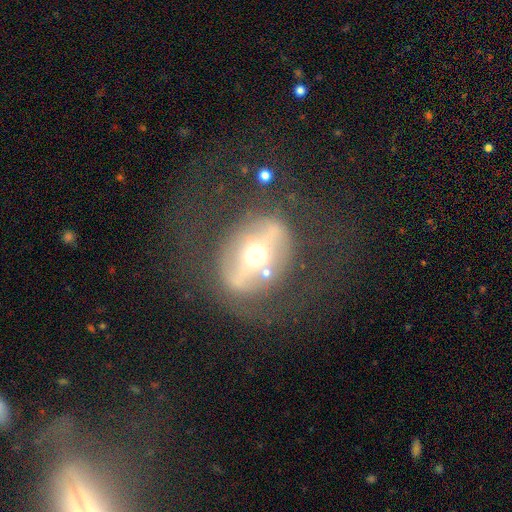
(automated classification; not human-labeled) featured or disk 70%, smooth 22%, star or artifact 8%. Down the decision tree: edge-on disk — no (78%); bar — strong (70%); spiral arms — no (82%); bulge size — moderate (69%); merging — none (68%).